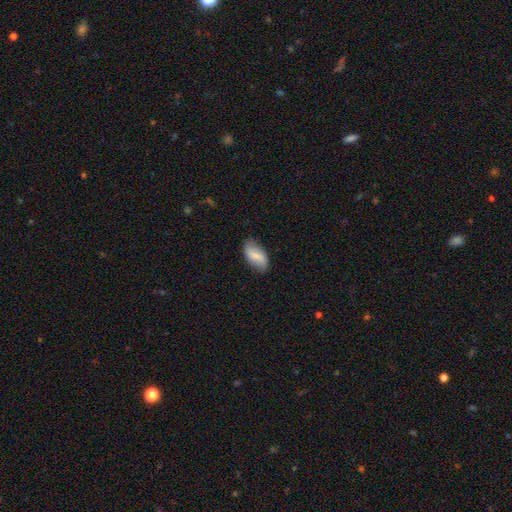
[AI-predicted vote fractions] smooth 64%, featured or disk 30%, star or artifact 7%. Down the decision tree: how rounded — in between (92%); merging — none (79%).